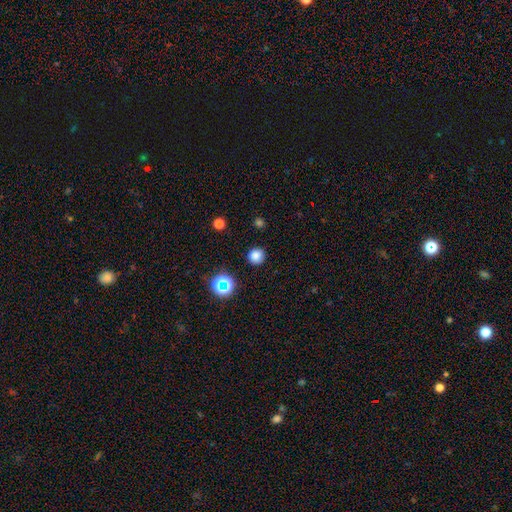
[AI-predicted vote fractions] Overall: smooth (80%). How rounded: round (94%). Merging: none (90%).